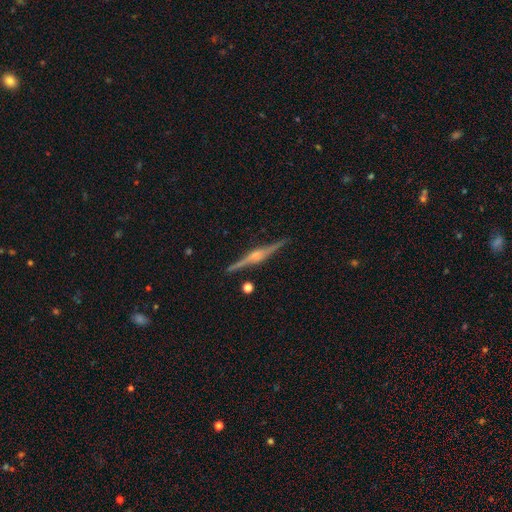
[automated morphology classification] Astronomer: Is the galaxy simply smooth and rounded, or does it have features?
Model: featured or disk — 88%.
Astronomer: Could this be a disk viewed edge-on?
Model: yes — 98%.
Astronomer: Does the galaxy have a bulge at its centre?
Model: rounded — 84%.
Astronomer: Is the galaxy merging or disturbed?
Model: none — 91%.